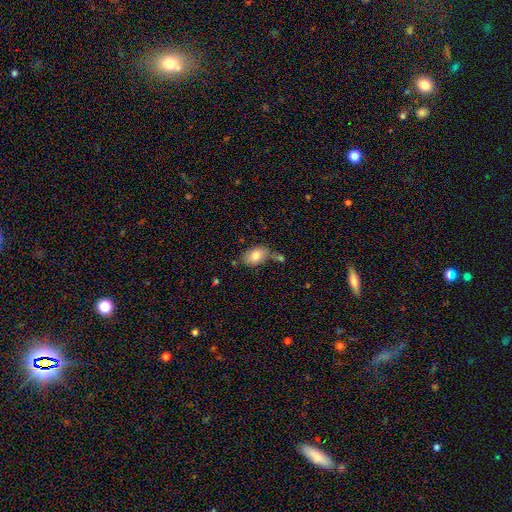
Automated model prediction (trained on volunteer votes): smooth 81%, featured or disk 12%, star or artifact 7%. Down the decision tree: how rounded — in between (86%); merging — none (57%).